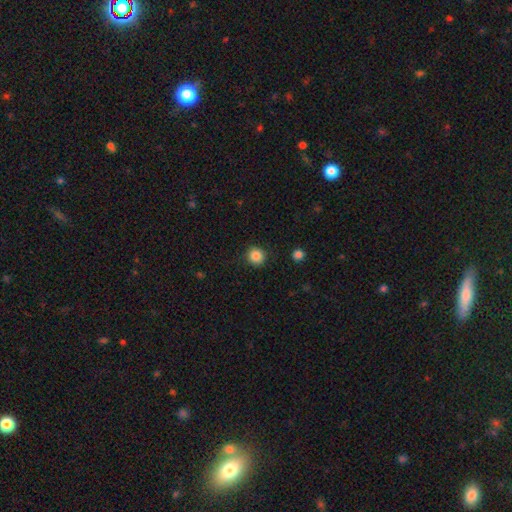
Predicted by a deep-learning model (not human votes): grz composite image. It shows a smooth galaxy with no disk features (86%) that is round (93%). Merging: none (90%).